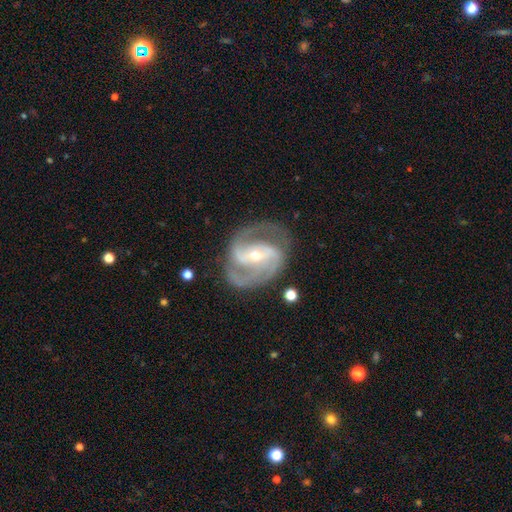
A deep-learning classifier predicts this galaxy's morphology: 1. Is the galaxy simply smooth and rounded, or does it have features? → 91% featured or disk, 5% star or artifact, 4% smooth.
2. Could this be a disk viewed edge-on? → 97% no, 3% yes.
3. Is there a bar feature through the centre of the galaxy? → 41% strong, 36% weak, 23% no.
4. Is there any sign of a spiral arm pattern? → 98% yes, 2% no.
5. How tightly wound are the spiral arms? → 57% medium, 29% tight, 14% loose.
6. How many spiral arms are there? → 71% 2, 17% 3, 5% can't tell, 3% 4, 2% 1, 2% more than 4.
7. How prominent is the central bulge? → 59% small, 38% moderate, 1% large, 1% none, 1% dominant.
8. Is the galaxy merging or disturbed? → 75% none, 15% minor disturbance, 8% major disturbance, 2% merger.